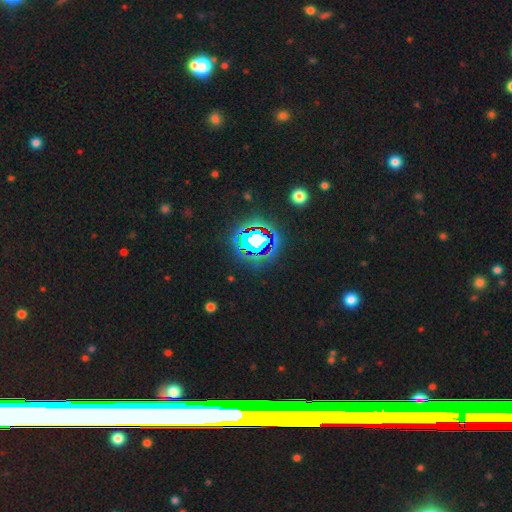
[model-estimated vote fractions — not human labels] Smooth or featured: star or artifact — 77% (smooth — 12%)